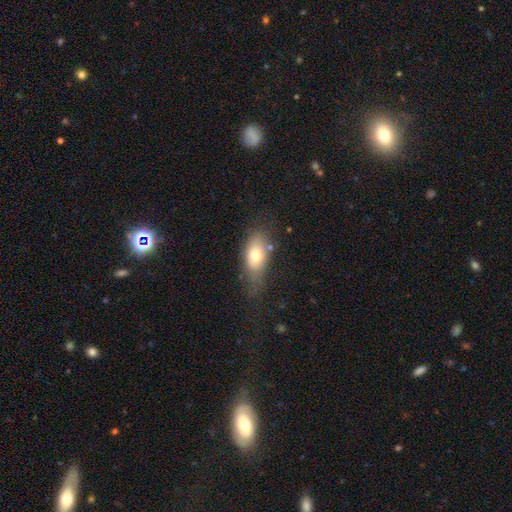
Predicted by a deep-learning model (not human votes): The model was most divided on "merging": none: 55%, minor disturbance: 28%, major disturbance: 13%, merger: 4%. More confident: how rounded — in between (83%); smooth or featured — smooth (71%).